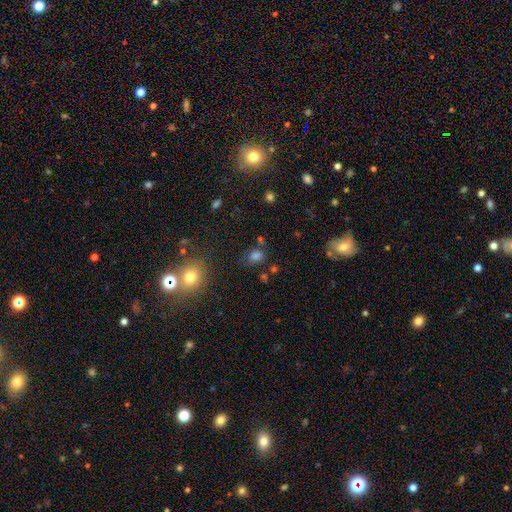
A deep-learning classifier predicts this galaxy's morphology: type=smooth (75%); roundness=in between (52%); merging=none (73%).